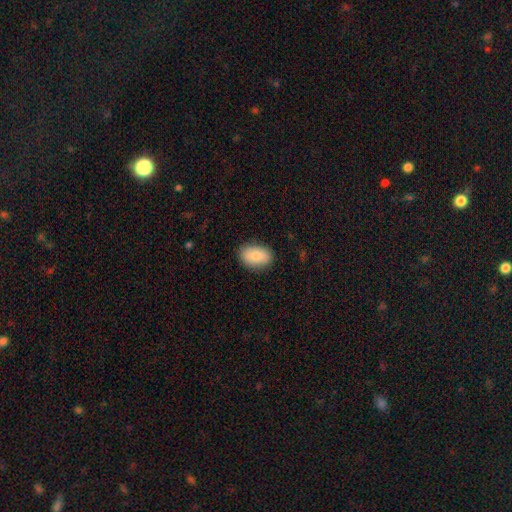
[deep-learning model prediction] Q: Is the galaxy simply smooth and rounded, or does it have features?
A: smooth — 85%.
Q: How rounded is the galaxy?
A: in between — 90%.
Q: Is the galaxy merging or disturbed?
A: none — 86%.